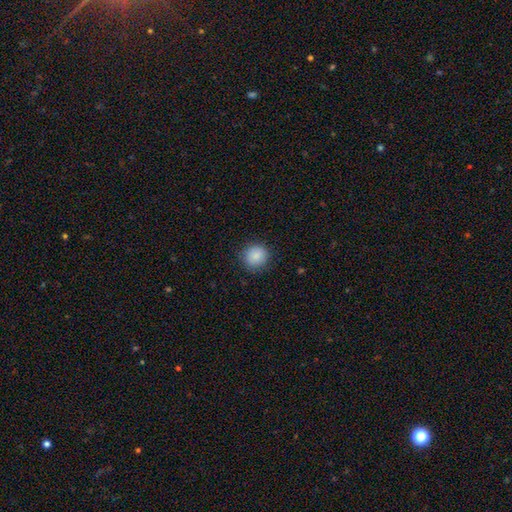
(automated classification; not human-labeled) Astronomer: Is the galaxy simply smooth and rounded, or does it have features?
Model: smooth — 87%.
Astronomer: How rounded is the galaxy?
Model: round — 92%.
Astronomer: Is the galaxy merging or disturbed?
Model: none — 88%.